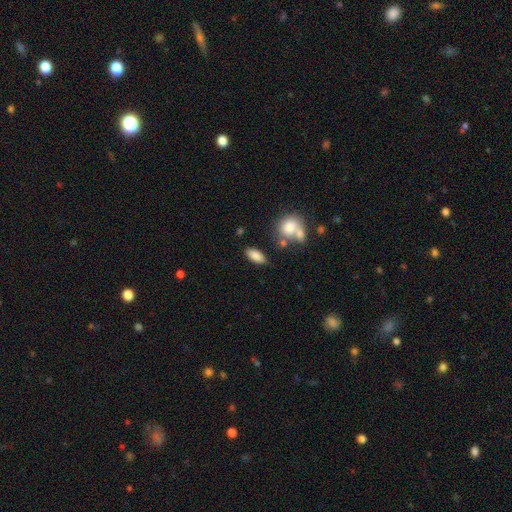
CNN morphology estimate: This is clearly a smooth galaxy (84%). How rounded: clearly in between (85%). Merging: likely none (79%).